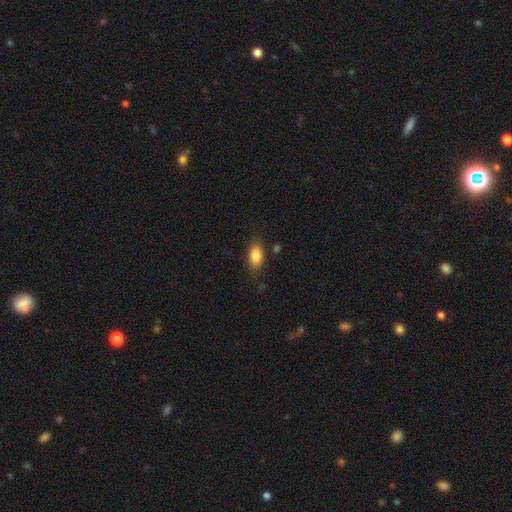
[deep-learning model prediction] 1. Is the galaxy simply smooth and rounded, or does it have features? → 85% smooth, 8% star or artifact, 7% featured or disk.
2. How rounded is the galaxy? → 88% in between, 7% round, 5% cigar-shaped.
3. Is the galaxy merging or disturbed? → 79% none, 15% minor disturbance, 4% major disturbance, 2% merger.